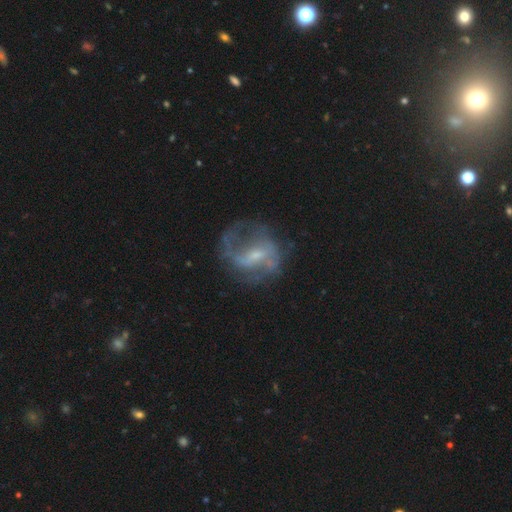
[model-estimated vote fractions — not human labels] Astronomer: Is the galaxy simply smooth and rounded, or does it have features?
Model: featured or disk — 74%.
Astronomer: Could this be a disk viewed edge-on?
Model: no — 97%.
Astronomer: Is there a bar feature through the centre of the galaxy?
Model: weak — 52%.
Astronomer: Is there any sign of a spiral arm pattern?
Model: yes — 76%.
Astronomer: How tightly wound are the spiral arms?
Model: loose — 48% (runner-up: medium, 38%).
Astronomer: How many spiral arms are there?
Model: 2 — 60%.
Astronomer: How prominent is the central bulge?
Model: small — 57%.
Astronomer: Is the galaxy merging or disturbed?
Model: none — 54%.